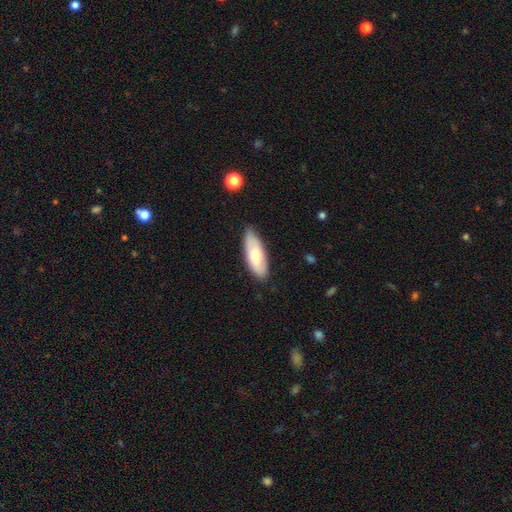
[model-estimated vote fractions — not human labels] This is likely a smooth galaxy (63%). How rounded: likely in between (75%). Merging: likely none (77%).